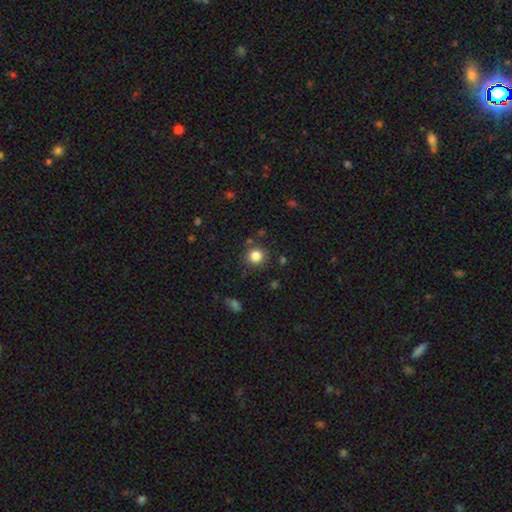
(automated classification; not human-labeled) Smooth or featured?
  - smooth: 84% *
  - star or artifact: 12%
  - featured or disk: 5%
How rounded?
  - round: 92% *
  - in between: 7%
  - cigar-shaped: 1%
Merging?
  - none: 85% *
  - minor disturbance: 8%
  - merger: 3%
  - major disturbance: 3%